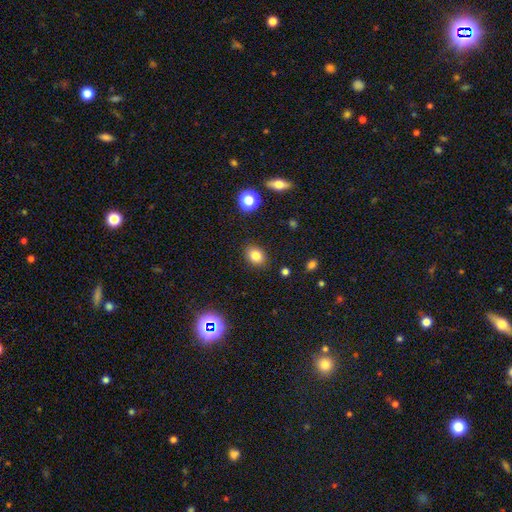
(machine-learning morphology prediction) Smooth or featured: smooth — 82% (star or artifact — 11%)
How rounded: in between — 60% (round — 39%)
Merging: none — 87% (minor disturbance — 9%)